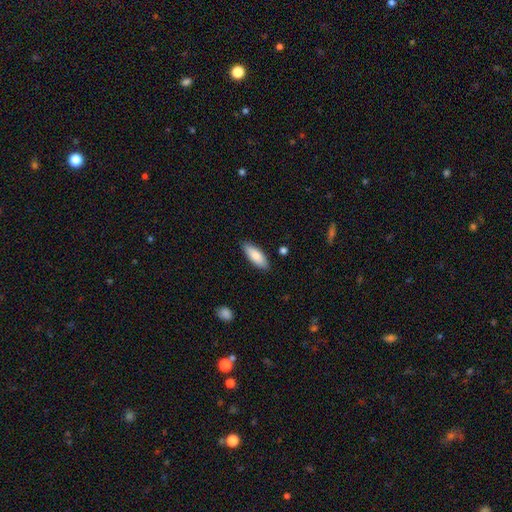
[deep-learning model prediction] This is clearly a smooth galaxy (84%). How rounded: likely in between (72%). Merging: clearly none (88%).